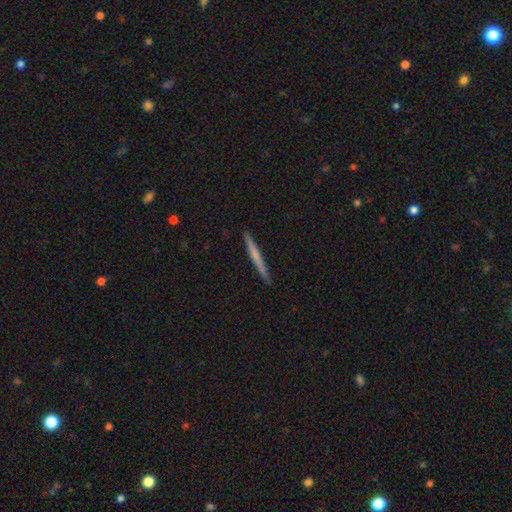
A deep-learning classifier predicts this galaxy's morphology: This appears to be a smooth galaxy with no disk features (57%) that is cigar-shaped (97%). Merging: none (92%).